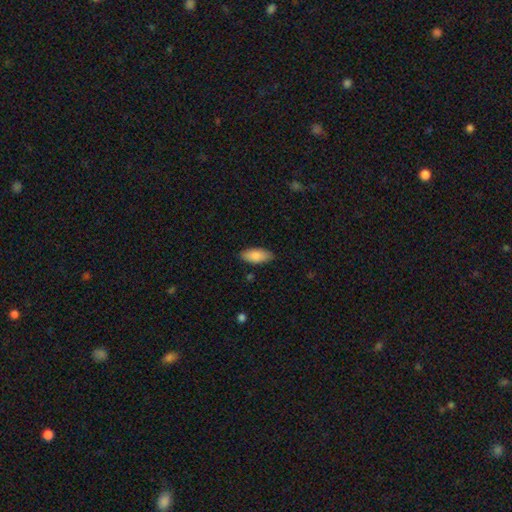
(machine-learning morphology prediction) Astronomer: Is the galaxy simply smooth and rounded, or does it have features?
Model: smooth — 86%.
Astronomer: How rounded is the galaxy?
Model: in between — 87%.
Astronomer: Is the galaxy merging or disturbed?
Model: none — 86%.